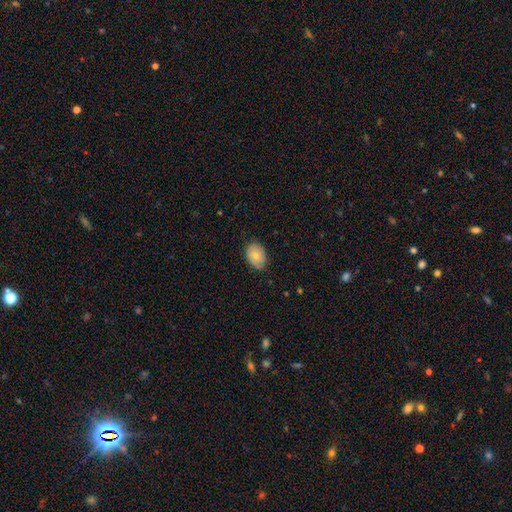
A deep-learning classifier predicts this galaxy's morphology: smooth 74%, featured or disk 18%, star or artifact 8%. Down the decision tree: how rounded — in between (75%); merging — none (76%).